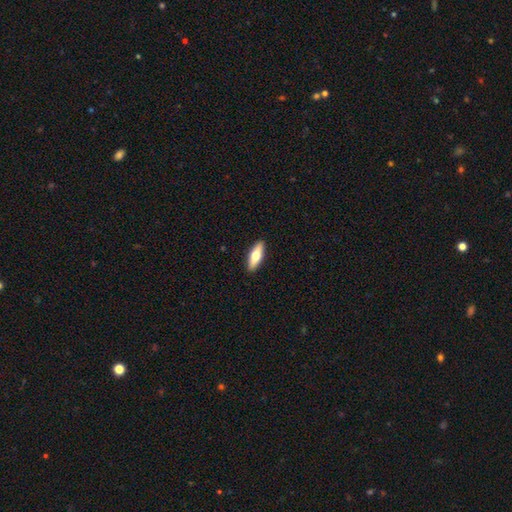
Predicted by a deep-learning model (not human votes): Overall: smooth (60%; featured or disk 35%). How rounded: in between (55%; cigar-shaped 43%). Merging: none (91%).